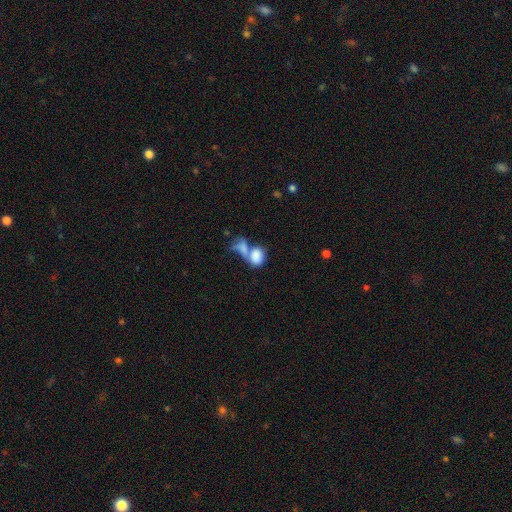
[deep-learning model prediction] Morphology: type=smooth (79%); roundness=in between (75%); merging=merger (67%).